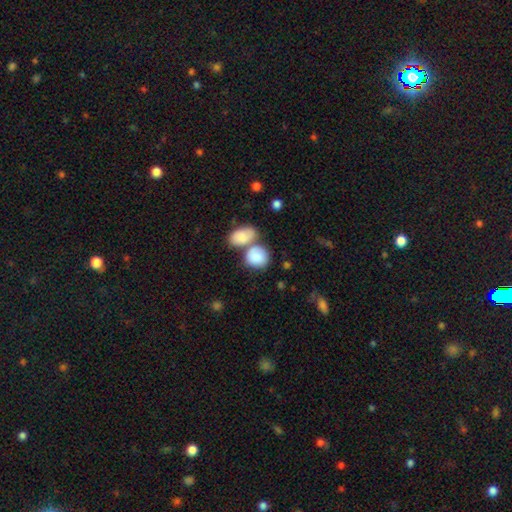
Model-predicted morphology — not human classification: This appears to be a smooth galaxy with no disk features (85%) that is round (56%). Merging: merger (47%).